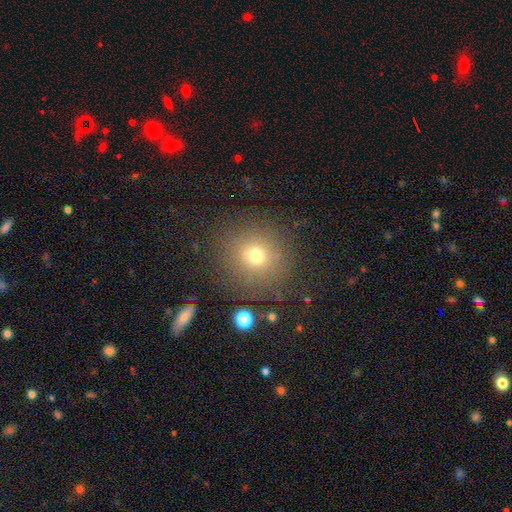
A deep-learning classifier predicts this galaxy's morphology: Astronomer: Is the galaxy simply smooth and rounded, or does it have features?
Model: smooth — 69%.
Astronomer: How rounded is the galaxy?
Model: round — 91%.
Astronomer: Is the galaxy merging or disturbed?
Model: none — 84%.